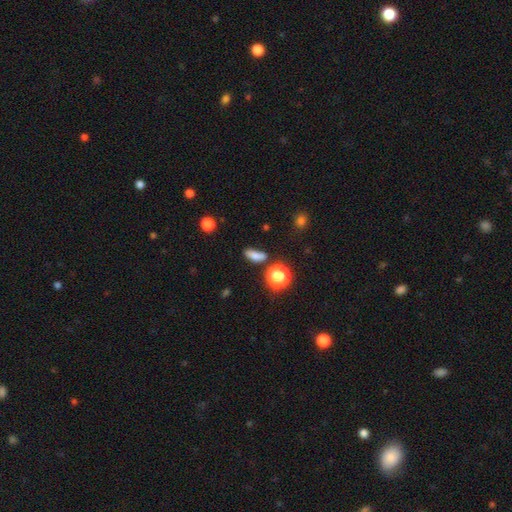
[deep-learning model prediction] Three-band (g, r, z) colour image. It shows a smooth galaxy with no disk features (76%) that is in between round and cigar-shaped (61%). Merging: none (69%).